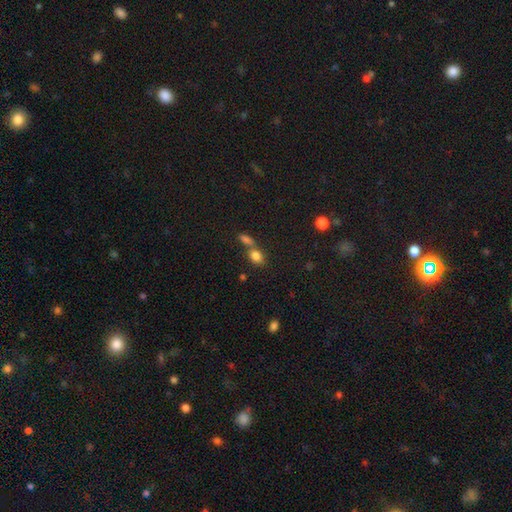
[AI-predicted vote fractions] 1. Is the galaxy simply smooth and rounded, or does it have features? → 81% smooth, 11% star or artifact, 8% featured or disk.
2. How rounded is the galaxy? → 69% in between, 29% round, 2% cigar-shaped.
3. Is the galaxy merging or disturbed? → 44% none, 43% merger, 10% minor disturbance, 4% major disturbance.